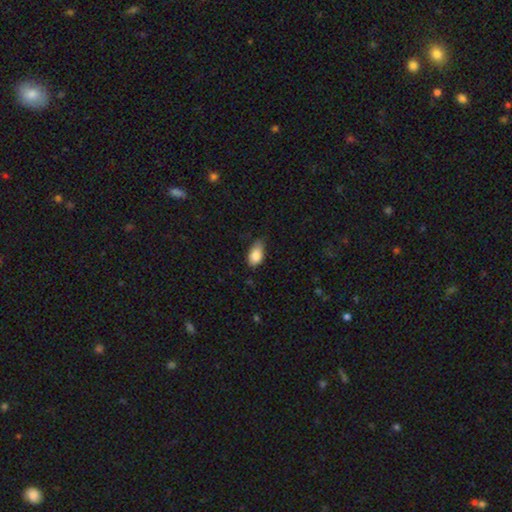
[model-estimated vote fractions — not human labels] Smooth or featured?
  - smooth: 85% *
  - star or artifact: 8%
  - featured or disk: 7%
How rounded?
  - in between: 90% *
  - round: 7%
  - cigar-shaped: 3%
Merging?
  - none: 53% *
  - minor disturbance: 39%
  - major disturbance: 6%
  - merger: 2%